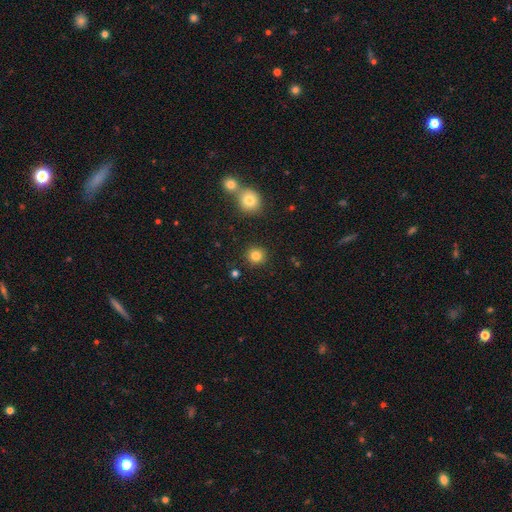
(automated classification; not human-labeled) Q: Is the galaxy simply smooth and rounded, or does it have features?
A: smooth — 83%.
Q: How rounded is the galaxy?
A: round — 92%.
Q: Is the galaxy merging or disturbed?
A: none — 90%.